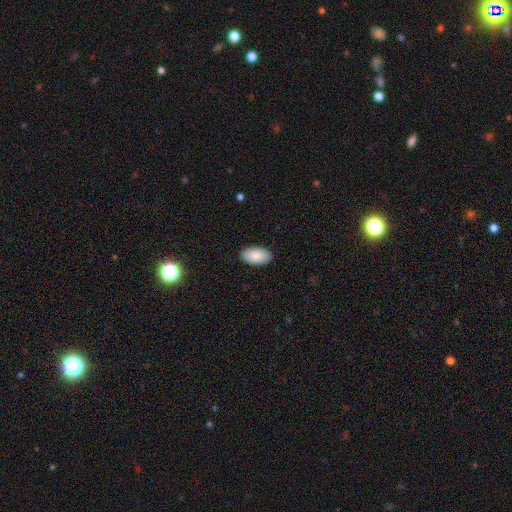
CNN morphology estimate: Overall: smooth (89%). How rounded: in between (96%). Merging: none (90%).